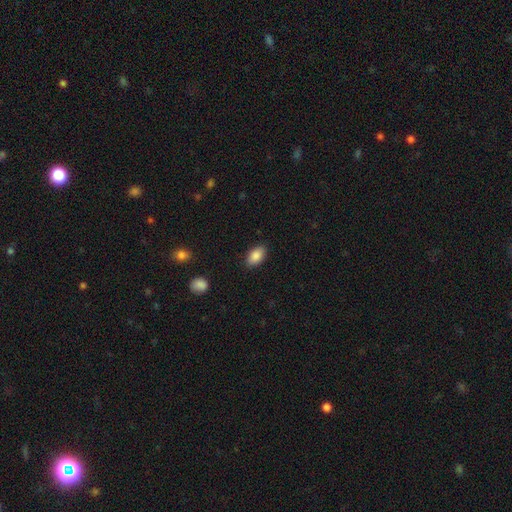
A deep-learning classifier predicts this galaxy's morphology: Smooth or featured? Predicted: smooth (p=0.88). How rounded? Predicted: in between (p=0.92). Merging? Predicted: none (p=0.86).